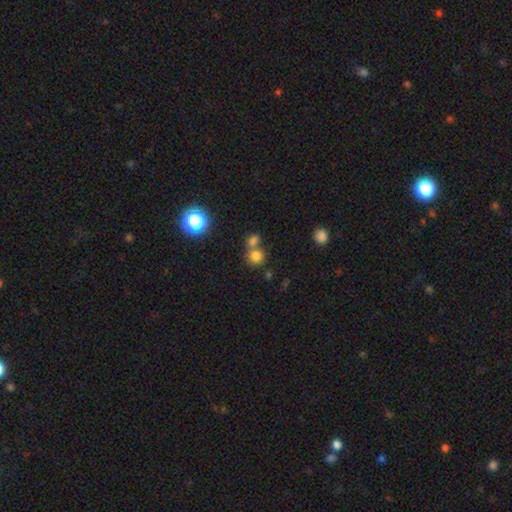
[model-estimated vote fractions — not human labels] smooth 76%, star or artifact 16%, featured or disk 8%. Down the decision tree: how rounded — round (84%); merging — none (53%).